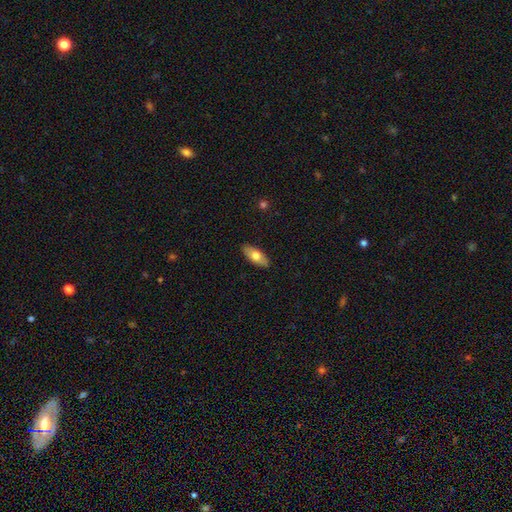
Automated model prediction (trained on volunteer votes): Smooth or featured: smooth — 68% (featured or disk — 26%)
How rounded: in between — 77% (cigar-shaped — 20%)
Merging: none — 89% (minor disturbance — 8%)